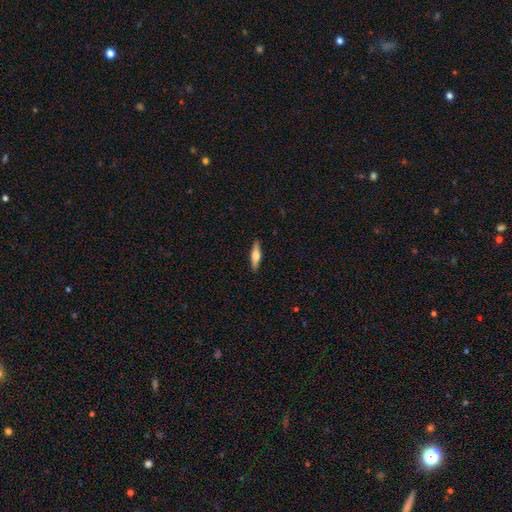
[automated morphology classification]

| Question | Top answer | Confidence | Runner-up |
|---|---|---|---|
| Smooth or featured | featured or disk | 49% | smooth (45%) |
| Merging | none | 90% | minor disturbance (7%) |